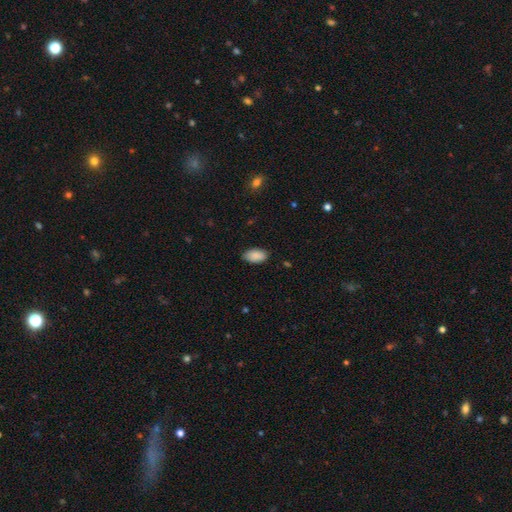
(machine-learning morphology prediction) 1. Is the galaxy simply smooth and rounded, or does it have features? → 89% smooth, 7% star or artifact, 4% featured or disk.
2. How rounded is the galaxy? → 95% in between, 3% round, 2% cigar-shaped.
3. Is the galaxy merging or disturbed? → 83% none, 13% minor disturbance, 2% major disturbance, 1% merger.